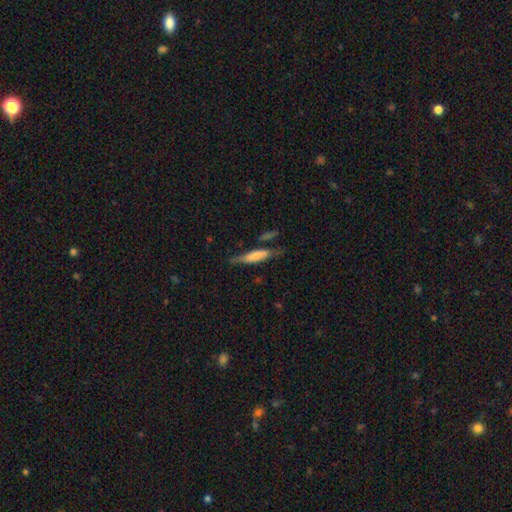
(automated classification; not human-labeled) Overall: smooth (54%; featured or disk 40%). How rounded: cigar-shaped (81%). Merging: none (64%).